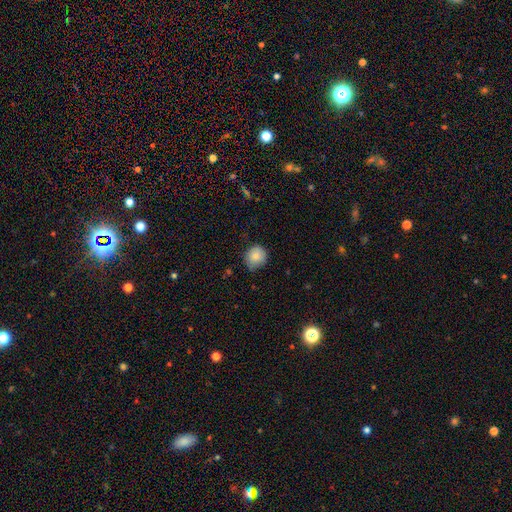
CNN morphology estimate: Overall: smooth (85%). How rounded: round (83%). Merging: none (68%).